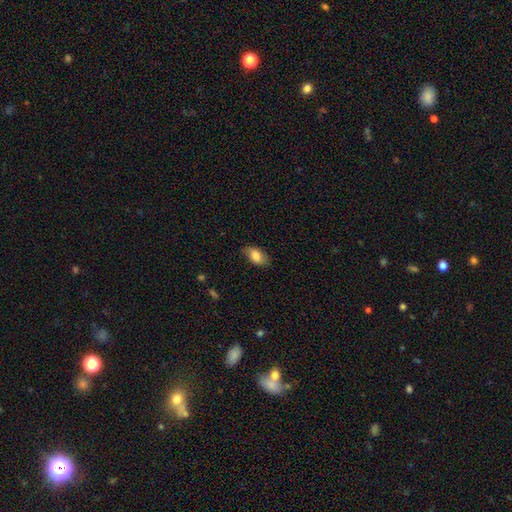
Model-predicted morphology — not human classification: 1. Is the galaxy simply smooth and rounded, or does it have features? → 81% smooth, 12% featured or disk, 7% star or artifact.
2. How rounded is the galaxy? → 92% in between, 5% round, 3% cigar-shaped.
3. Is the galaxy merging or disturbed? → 80% none, 16% minor disturbance, 3% major disturbance, 1% merger.